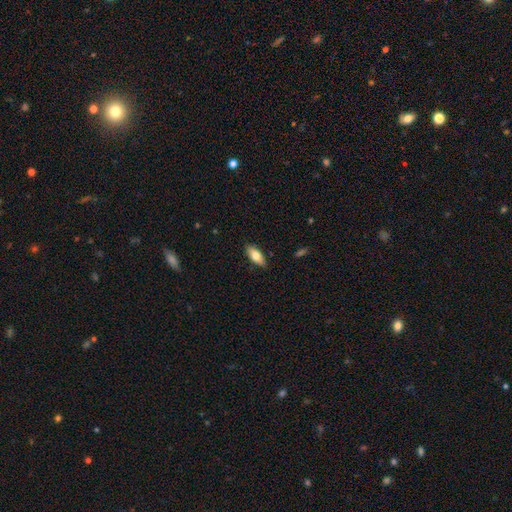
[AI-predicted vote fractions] Morphology: type=smooth (74%); roundness=in between (81%); merging=none (86%).